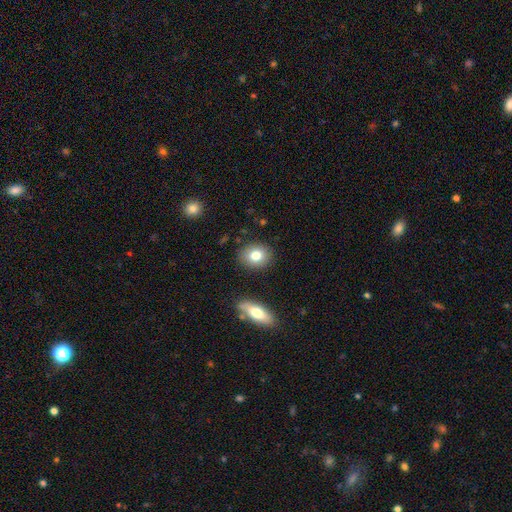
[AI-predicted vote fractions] Smooth or featured?
  - smooth: 79% *
  - featured or disk: 12%
  - star or artifact: 9%
How rounded?
  - round: 57% *
  - in between: 42%
  - cigar-shaped: 1%
Merging?
  - none: 86% *
  - minor disturbance: 9%
  - merger: 3%
  - major disturbance: 2%